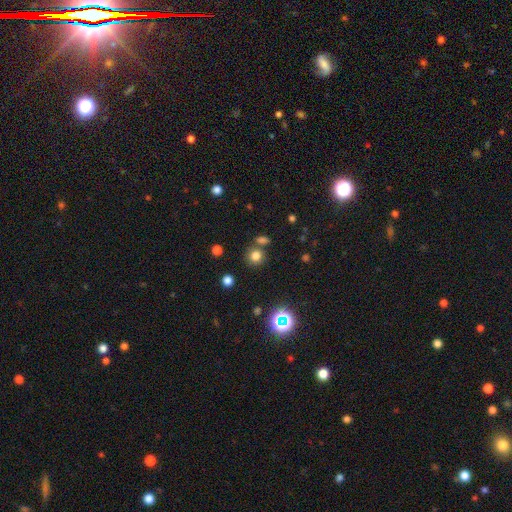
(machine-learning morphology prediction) This appears to be a smooth galaxy with no disk features (76%) that is round (88%). Merging: none (73%).